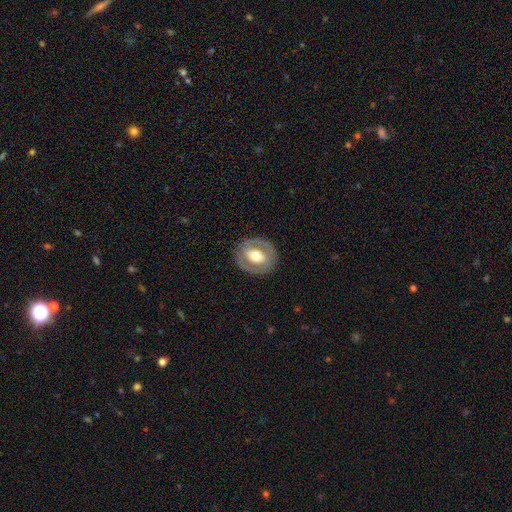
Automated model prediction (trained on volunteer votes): Q: Smooth or featured?
A: featured or disk (61%); runner-up: smooth (34%)
Q: Edge-on disk?
A: no (95%); runner-up: yes (5%)
Q: Bar?
A: no (46%); runner-up: weak (32%)
Q: Spiral arms?
A: no (64%); runner-up: yes (36%)
Q: Bulge size?
A: moderate (62%); runner-up: large (27%)
Q: Merging?
A: none (84%); runner-up: minor disturbance (10%)